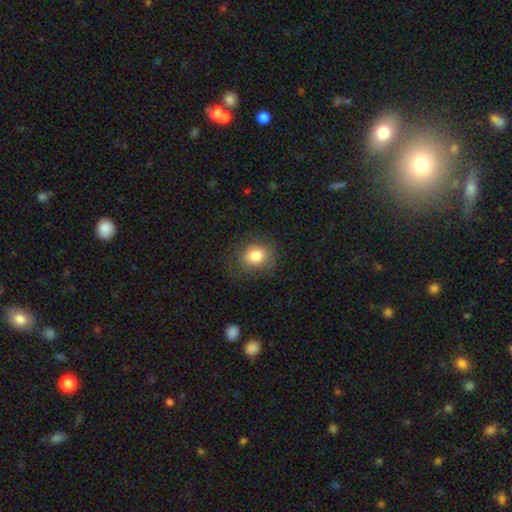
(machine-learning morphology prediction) This is clearly a smooth galaxy (82%). How rounded: possibly round (54%). Merging: likely none (75%).